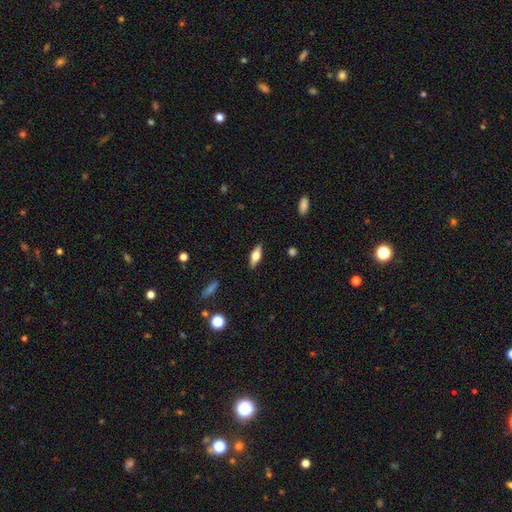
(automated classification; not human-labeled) This appears to be a smooth galaxy with no disk features (55%) that is in between round and cigar-shaped (64%). Merging: none (86%).